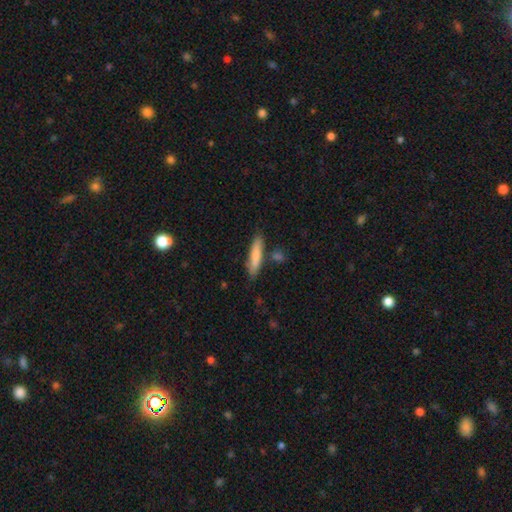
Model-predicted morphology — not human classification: This is likely a smooth galaxy (78%). How rounded: clearly cigar-shaped (82%). Merging: likely none (78%).